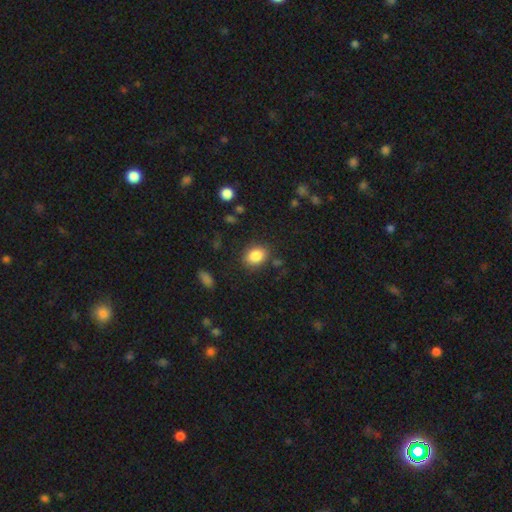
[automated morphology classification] Smooth or featured?
  - smooth: 86% *
  - star or artifact: 9%
  - featured or disk: 5%
How rounded?
  - in between: 61% *
  - round: 38%
  - cigar-shaped: 1%
Merging?
  - none: 80% *
  - minor disturbance: 13%
  - major disturbance: 4%
  - merger: 3%